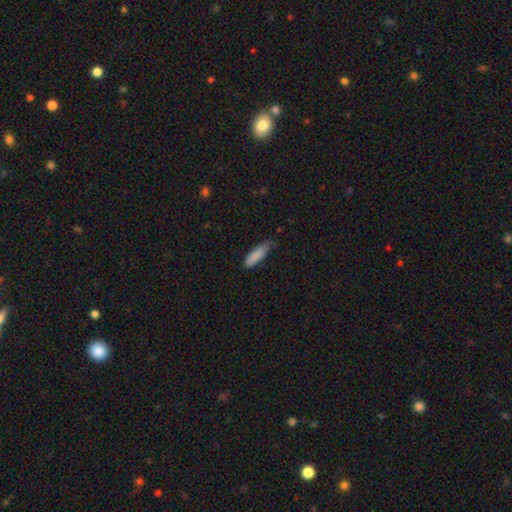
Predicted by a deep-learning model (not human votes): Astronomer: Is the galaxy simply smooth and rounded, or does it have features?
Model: smooth — 86%.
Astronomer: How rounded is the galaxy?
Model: cigar-shaped — 62% (runner-up: in between, 37%).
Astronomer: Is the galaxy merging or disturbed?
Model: none — 65%.